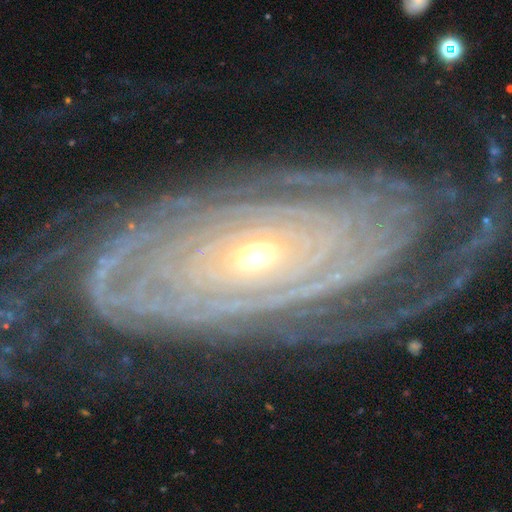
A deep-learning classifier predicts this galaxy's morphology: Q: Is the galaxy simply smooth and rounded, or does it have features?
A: featured or disk — 89%.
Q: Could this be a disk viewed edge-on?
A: no — 92%.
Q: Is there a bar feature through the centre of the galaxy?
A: no — 72%.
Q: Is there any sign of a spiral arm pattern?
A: yes — 96%.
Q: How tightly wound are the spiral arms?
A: tight — 85%.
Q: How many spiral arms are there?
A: can't tell — 32%.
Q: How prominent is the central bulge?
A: small — 69%.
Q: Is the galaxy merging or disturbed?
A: none — 76%.